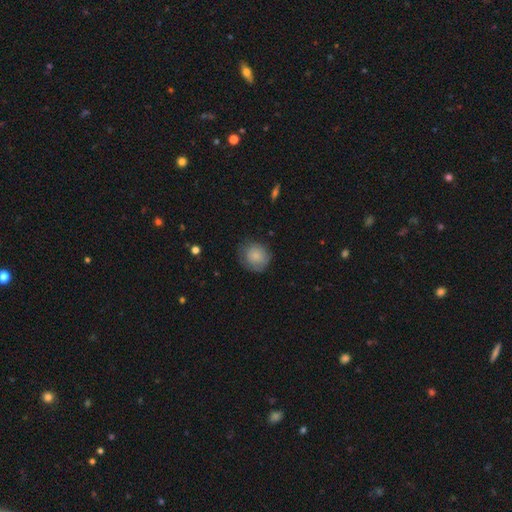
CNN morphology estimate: Overall: smooth (80%). How rounded: round (84%). Merging: none (69%).